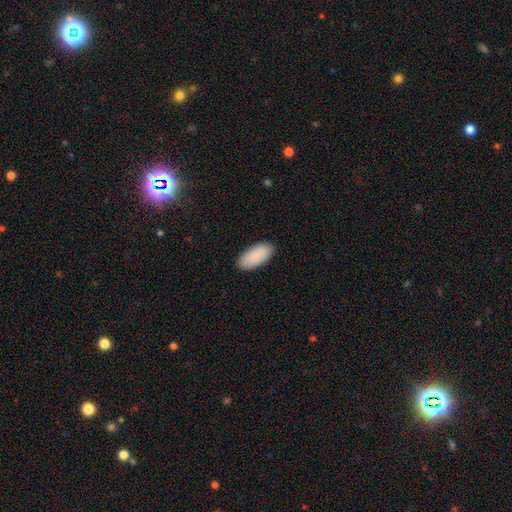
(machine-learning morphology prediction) Smooth or featured?
  - smooth: 91% *
  - star or artifact: 6%
  - featured or disk: 4%
How rounded?
  - in between: 93% *
  - cigar-shaped: 5%
  - round: 2%
Merging?
  - none: 89% *
  - minor disturbance: 9%
  - major disturbance: 2%
  - merger: 1%